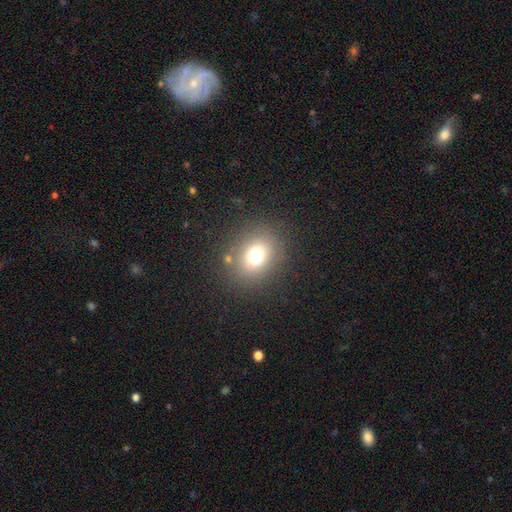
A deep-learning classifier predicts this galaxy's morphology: Q: Smooth or featured?
A: smooth (70%); runner-up: star or artifact (17%)
Q: How rounded?
A: round (66%); runner-up: in between (33%)
Q: Merging?
A: none (81%); runner-up: minor disturbance (10%)